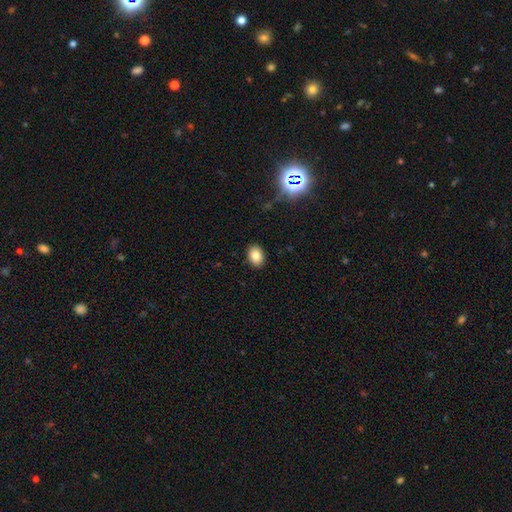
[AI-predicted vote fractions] smooth 83%, star or artifact 10%, featured or disk 7%. Down the decision tree: how rounded — in between (80%); merging — none (89%).